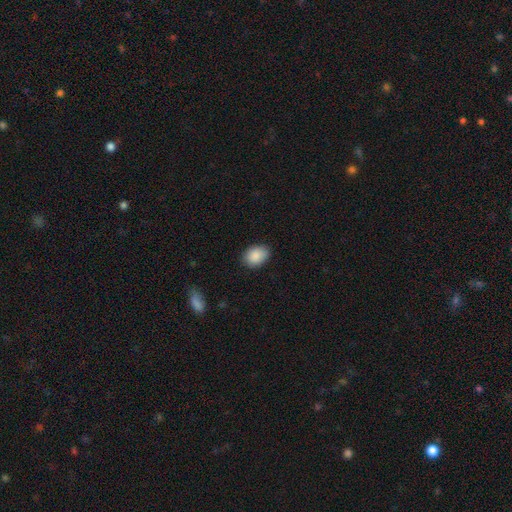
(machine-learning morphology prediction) This is clearly a smooth galaxy (89%). How rounded: likely in between (76%). Merging: clearly none (83%).